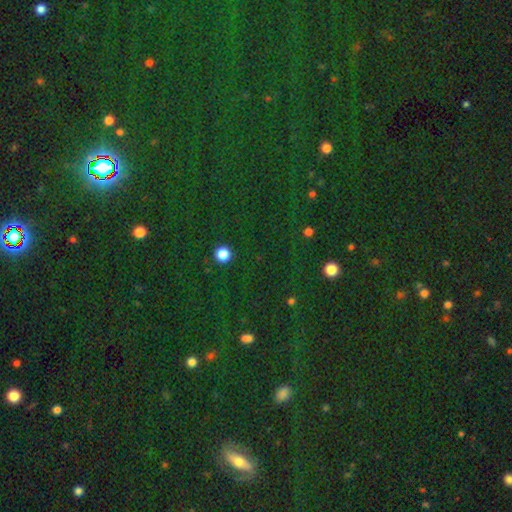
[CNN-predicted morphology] smooth_or_featured: star or artifact (p=0.76) [alt: smooth p=0.16]